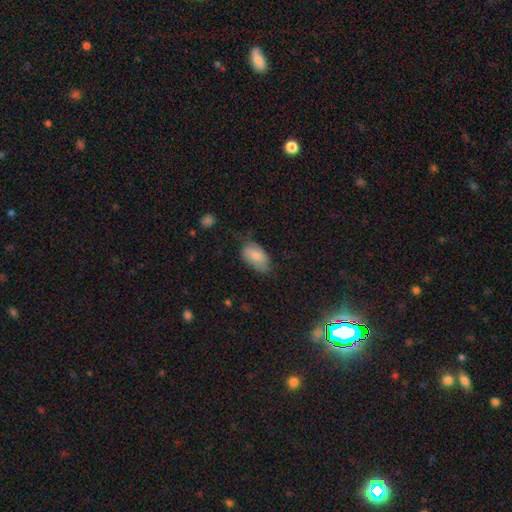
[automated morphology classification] smooth_or_featured: smooth (p=0.75) [alt: featured or disk p=0.18]
how_rounded: in between (p=0.93) [alt: round p=0.06]
merging: none (p=0.55) [alt: minor disturbance p=0.33]